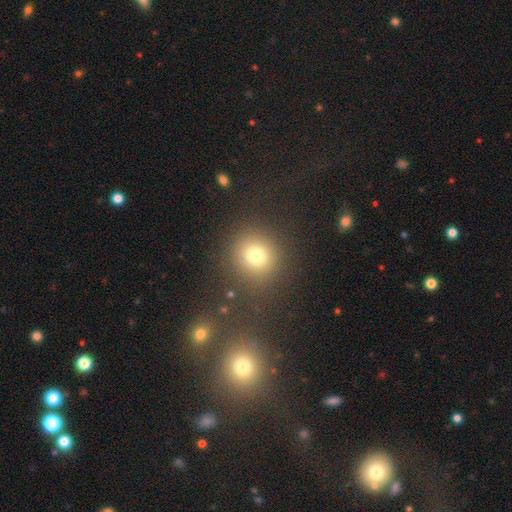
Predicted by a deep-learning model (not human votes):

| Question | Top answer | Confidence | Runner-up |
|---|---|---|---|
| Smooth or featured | smooth | 75% | star or artifact (17%) |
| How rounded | round | 90% | in between (9%) |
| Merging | none | 85% | minor disturbance (8%) |